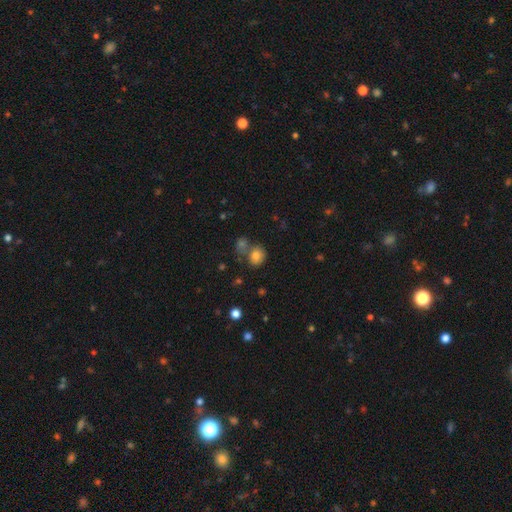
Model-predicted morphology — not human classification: smooth-or-featured: smooth: 79% | star or artifact: 12% | featured or disk: 9%
  how-rounded: round: 63% | in between: 36% | cigar-shaped: 1%
  merging: none: 52% | merger: 31% | minor disturbance: 12% | major disturbance: 5%